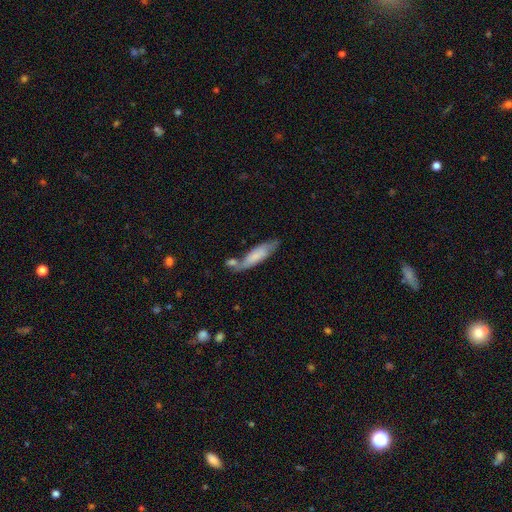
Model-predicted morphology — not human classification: smooth_or_featured: smooth (p=0.70) [alt: featured or disk p=0.24]
how_rounded: cigar-shaped (p=0.63) [alt: in between p=0.35]
merging: none (p=0.49) [alt: merger p=0.22]